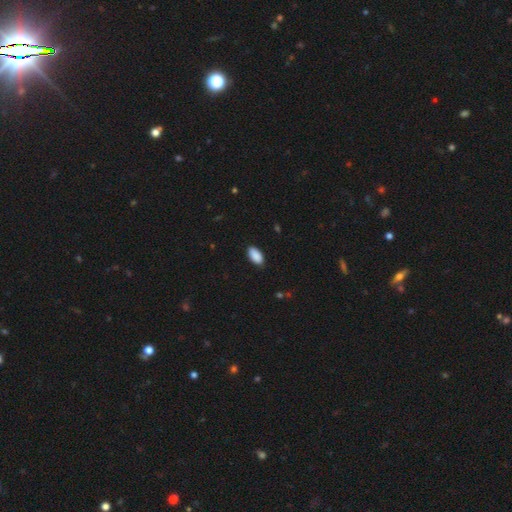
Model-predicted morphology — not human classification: smooth 91%, star or artifact 6%, featured or disk 3%. Down the decision tree: how rounded — in between (94%); merging — none (87%).